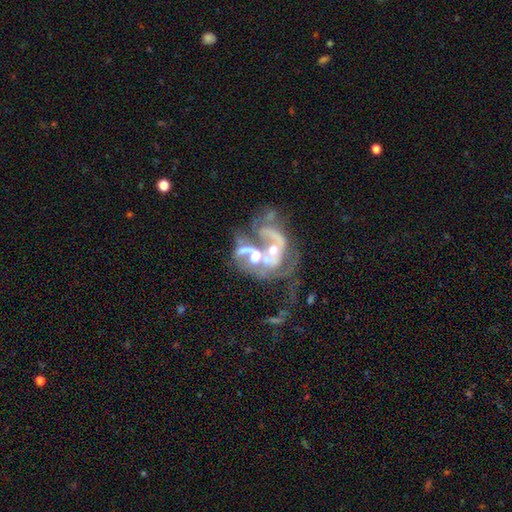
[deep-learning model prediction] Overall: featured or disk (76%). Edge-on disk: no (98%). Bar: no (72%). Spiral arms: yes (59%; no 41%). Bulge size: moderate (54%; small 19%). Merging: merger (70%).